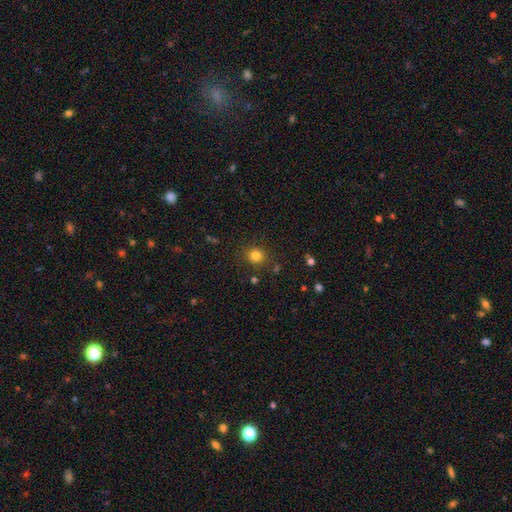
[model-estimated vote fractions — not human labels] This appears to be a smooth galaxy with no disk features (81%) that is round (87%). Merging: none (86%).